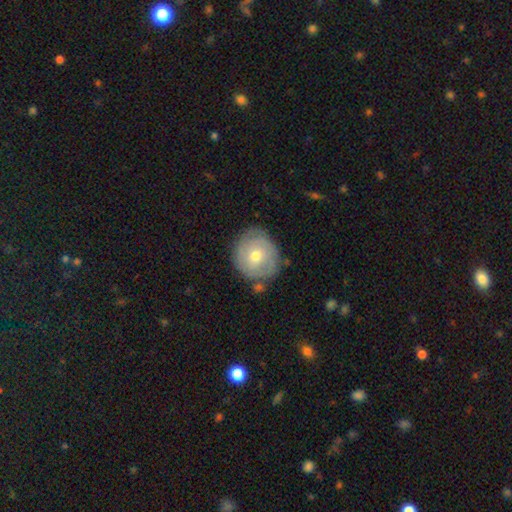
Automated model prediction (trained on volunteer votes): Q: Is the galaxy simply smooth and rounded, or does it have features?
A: featured or disk — 47%.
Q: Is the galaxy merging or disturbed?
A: none — 74%.